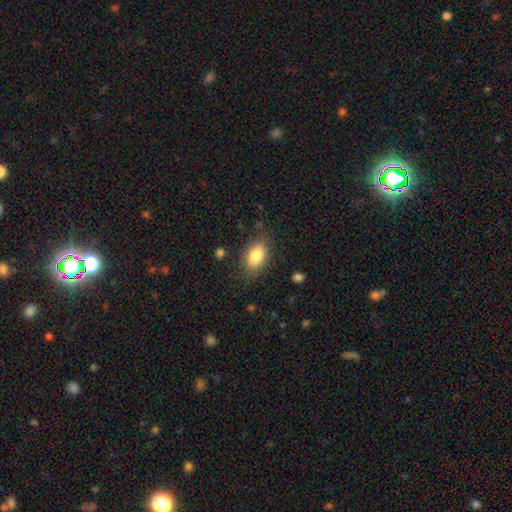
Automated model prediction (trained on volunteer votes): A smooth galaxy with no disk features (82%) that is in between round and cigar-shaped (88%). Merging: none (78%).